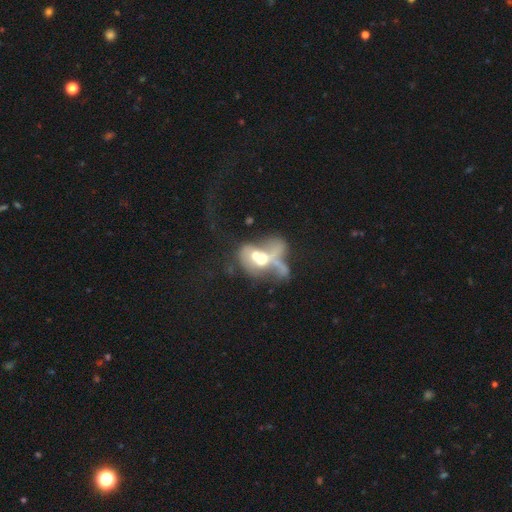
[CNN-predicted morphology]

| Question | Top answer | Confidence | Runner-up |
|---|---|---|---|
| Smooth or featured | featured or disk | 48% | smooth (40%) |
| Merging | merger | 70% | major disturbance (16%) |